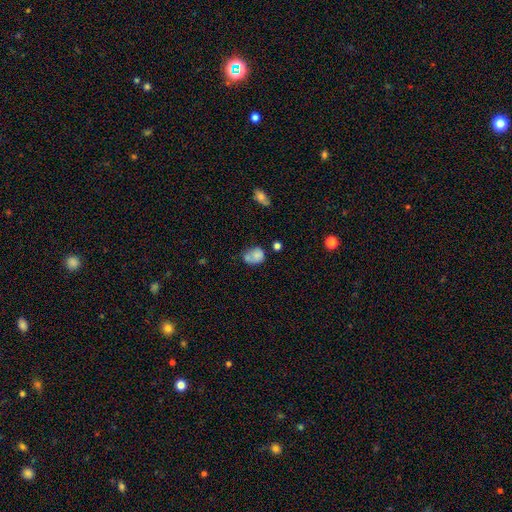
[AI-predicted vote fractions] This appears to be a smooth galaxy with no disk features (72%) that is in between round and cigar-shaped (55%). Merging: none (36%).